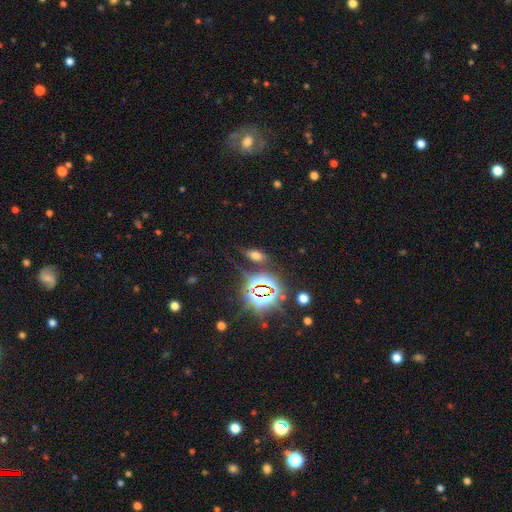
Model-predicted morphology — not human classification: Smooth or featured: smooth — 50% (star or artifact — 39%)
Merging: none — 73% (minor disturbance — 14%)